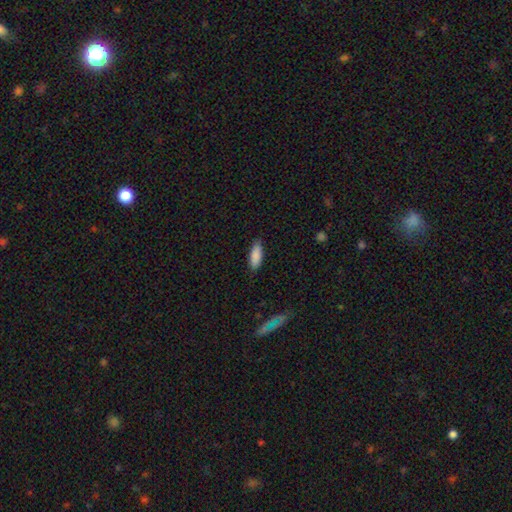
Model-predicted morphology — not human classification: smooth-or-featured: smooth: 88% | star or artifact: 6% | featured or disk: 6%
  how-rounded: in between: 70% | cigar-shaped: 28% | round: 2%
  merging: none: 85% | minor disturbance: 12% | major disturbance: 2% | merger: 1%